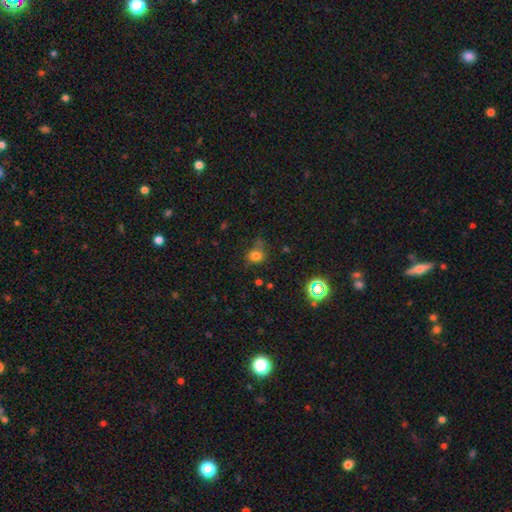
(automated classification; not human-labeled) smooth 73%, star or artifact 19%, featured or disk 8%. Down the decision tree: how rounded — round (78%); merging — none (60%).